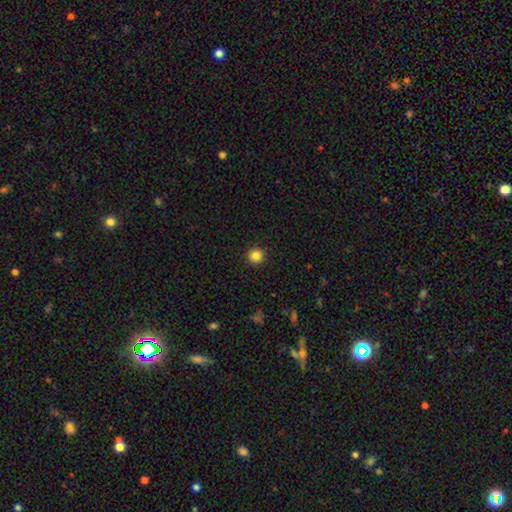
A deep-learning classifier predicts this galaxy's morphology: Smooth or featured?
  - smooth: 85% *
  - star or artifact: 11%
  - featured or disk: 4%
How rounded?
  - round: 95% *
  - in between: 4%
  - cigar-shaped: 1%
Merging?
  - none: 93% *
  - minor disturbance: 5%
  - major disturbance: 2%
  - merger: 1%